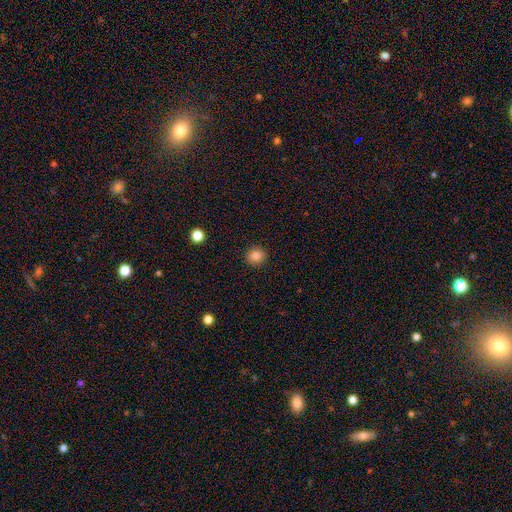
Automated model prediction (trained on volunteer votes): Smooth or featured? smooth (84%)
How rounded? round (86%)
Merging? none (92%)